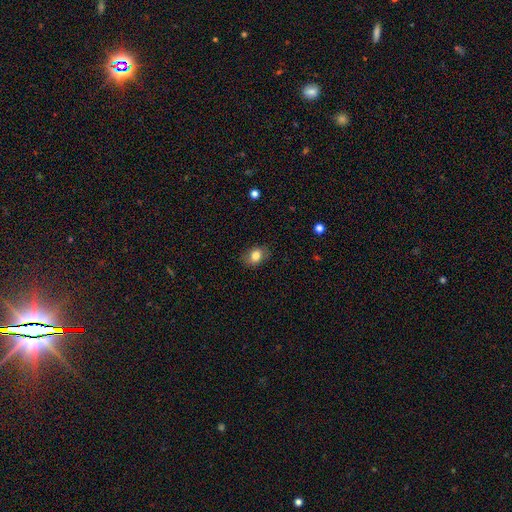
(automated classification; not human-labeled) A smooth galaxy with no disk features (80%) that is in between round and cigar-shaped (70%).

Vote fractions:
- Smooth or featured? smooth: 80% / featured or disk: 11% / star or artifact: 9%
- How rounded? in between: 70% / round: 28% / cigar-shaped: 1%
- Merging? none: 81% / minor disturbance: 14% / major disturbance: 4% / merger: 1%